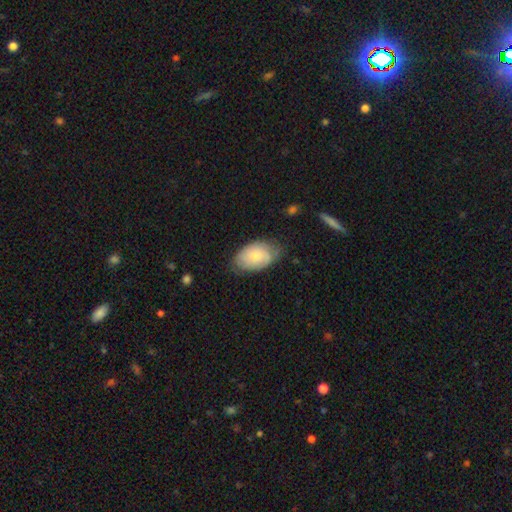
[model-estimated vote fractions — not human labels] The model was most divided on "merging": none: 63%, minor disturbance: 29%, major disturbance: 6%, merger: 1%. More confident: how rounded — in between (91%); smooth or featured — smooth (70%).